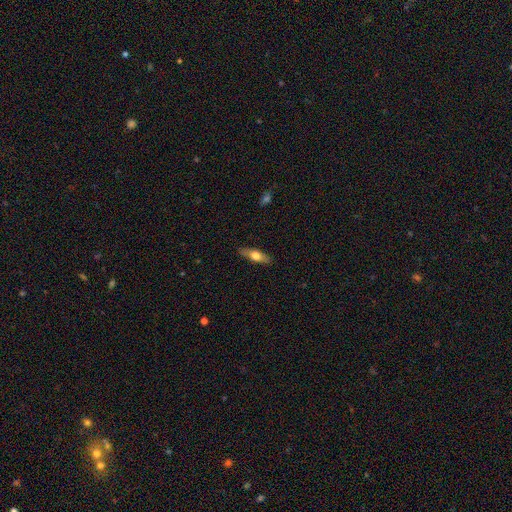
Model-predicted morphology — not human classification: A smooth galaxy with no disk features (56%) that is in between round and cigar-shaped (50%).

Vote fractions:
- Smooth or featured? smooth: 56% / featured or disk: 38% / star or artifact: 6%
- How rounded? in between: 50% / cigar-shaped: 47% / round: 3%
- Merging? none: 87% / minor disturbance: 10% / major disturbance: 2% / merger: 1%